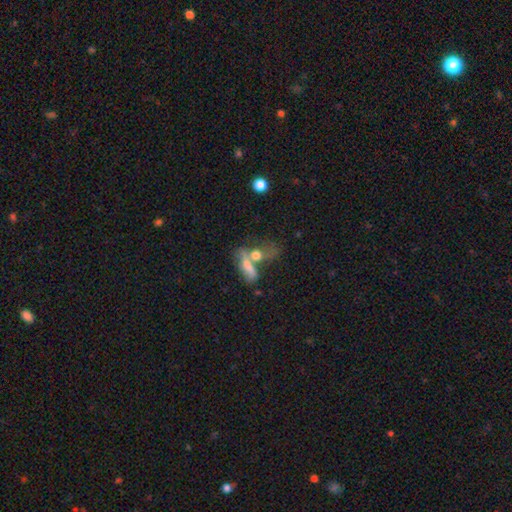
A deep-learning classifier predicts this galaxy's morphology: This is likely a smooth galaxy (64%). How rounded: possibly in between (57%). Merging: possibly merger (51%).